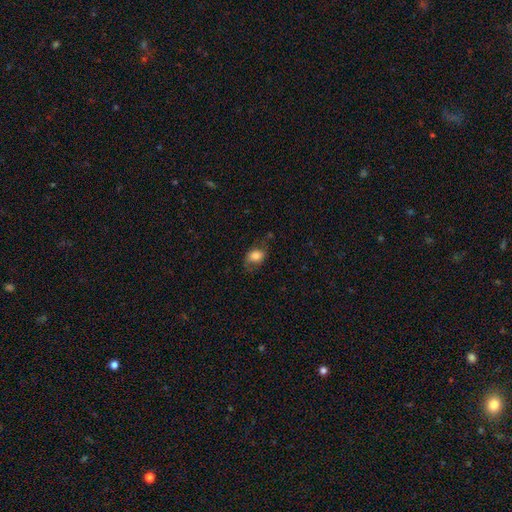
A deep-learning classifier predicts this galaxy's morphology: This is likely a smooth galaxy (75%). How rounded: likely in between (70%). Merging: likely none (62%).